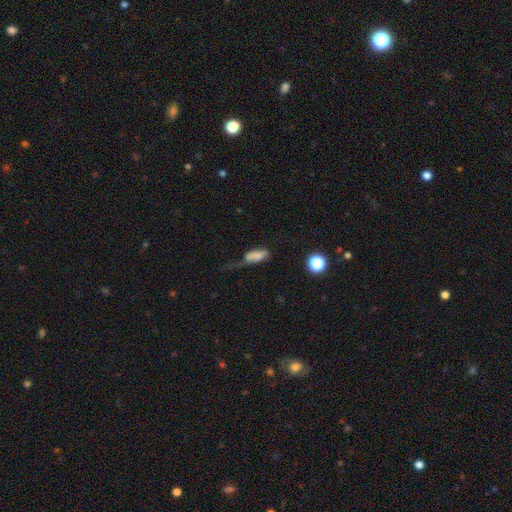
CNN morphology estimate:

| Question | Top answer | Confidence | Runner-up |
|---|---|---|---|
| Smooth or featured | smooth | 70% | featured or disk (18%) |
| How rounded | in between | 73% | cigar-shaped (22%) |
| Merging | major disturbance | 44% | minor disturbance (26%) |